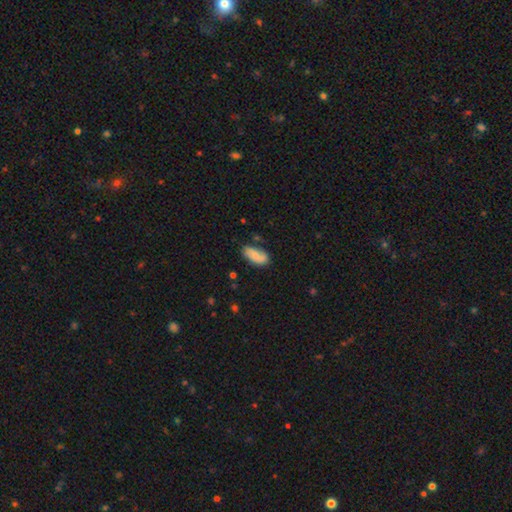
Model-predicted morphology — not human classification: This appears to be a smooth galaxy with no disk features (75%) that is in between round and cigar-shaped (89%). Merging: none (65%).